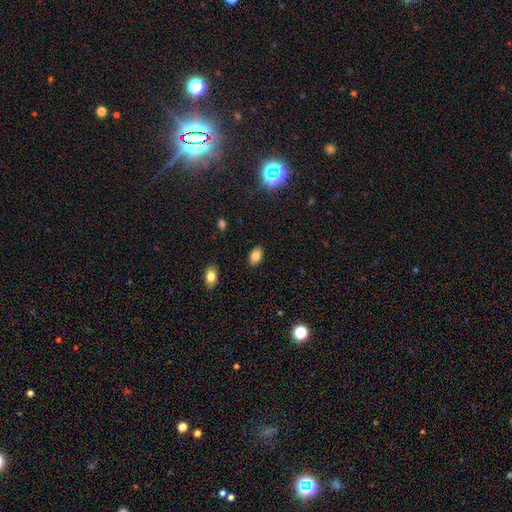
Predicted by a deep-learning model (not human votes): smooth_or_featured: smooth (p=0.80) [alt: star or artifact p=0.10]
how_rounded: in between (p=0.92) [alt: round p=0.06]
merging: none (p=0.88) [alt: minor disturbance p=0.09]